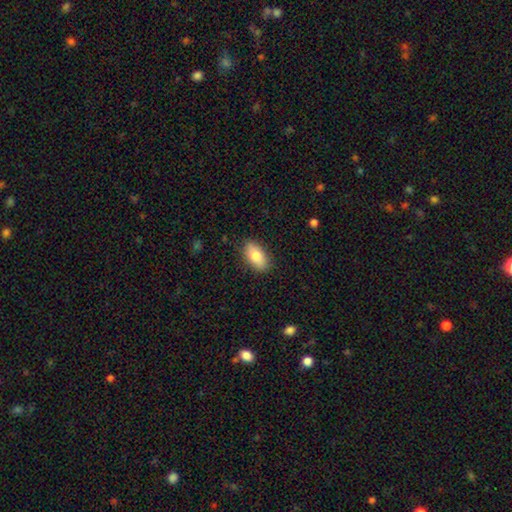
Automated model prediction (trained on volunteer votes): Q: Smooth or featured?
A: smooth (80%); runner-up: featured or disk (13%)
Q: How rounded?
A: in between (91%); runner-up: cigar-shaped (5%)
Q: Merging?
A: none (86%); runner-up: minor disturbance (10%)